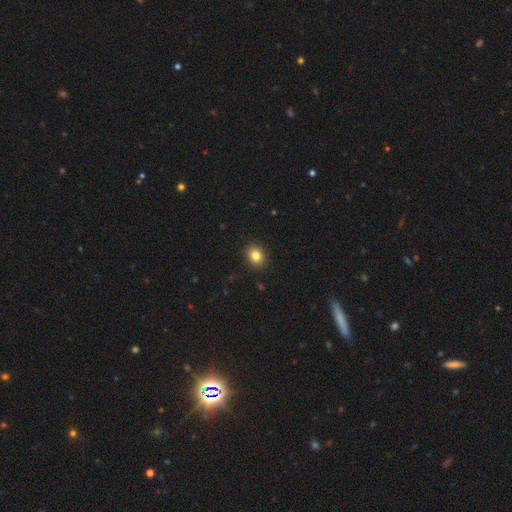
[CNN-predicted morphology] Smooth or featured: smooth — 84% (star or artifact — 10%)
How rounded: round — 62% (in between — 38%)
Merging: none — 91% (minor disturbance — 7%)